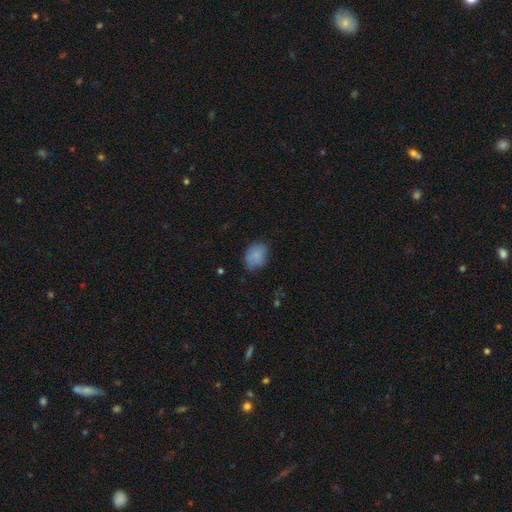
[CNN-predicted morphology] This is clearly a smooth galaxy (82%). How rounded: likely in between (62%). Merging: likely none (66%).